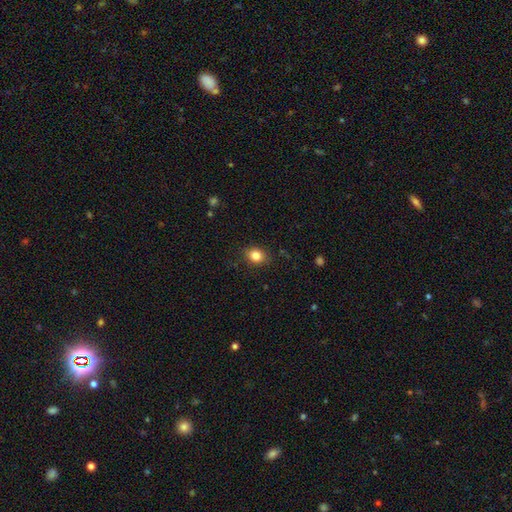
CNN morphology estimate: The model was most divided on "how rounded": round: 52%, in between: 47%, cigar-shaped: 1%. More confident: merging — none (86%); smooth or featured — smooth (84%).